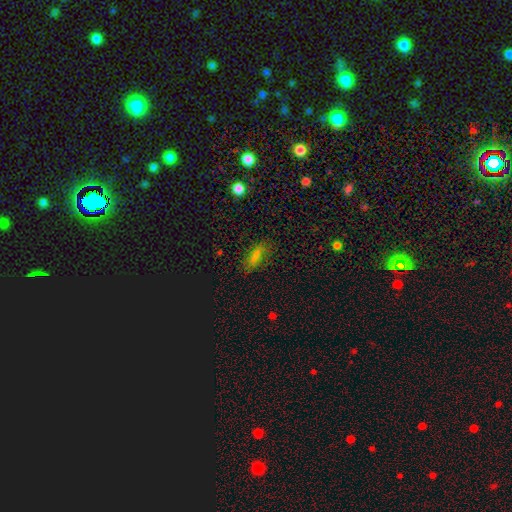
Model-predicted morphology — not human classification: This is likely a smooth galaxy (67%). How rounded: possibly in between (50%). Merging: likely none (76%).